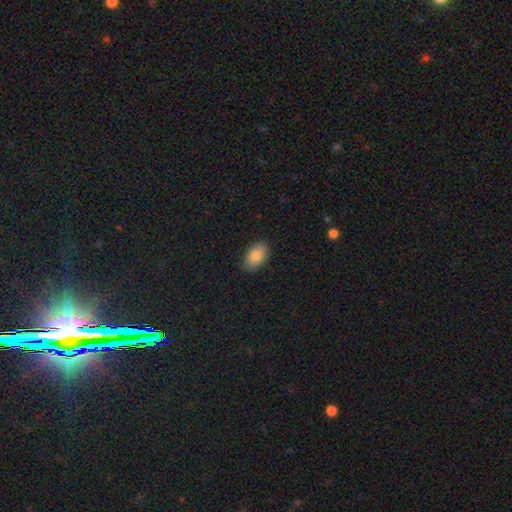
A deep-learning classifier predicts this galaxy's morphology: smooth-or-featured: smooth: 86% | star or artifact: 7% | featured or disk: 7%
  how-rounded: in between: 93% | round: 5% | cigar-shaped: 2%
  merging: none: 88% | minor disturbance: 9% | major disturbance: 2% | merger: 1%